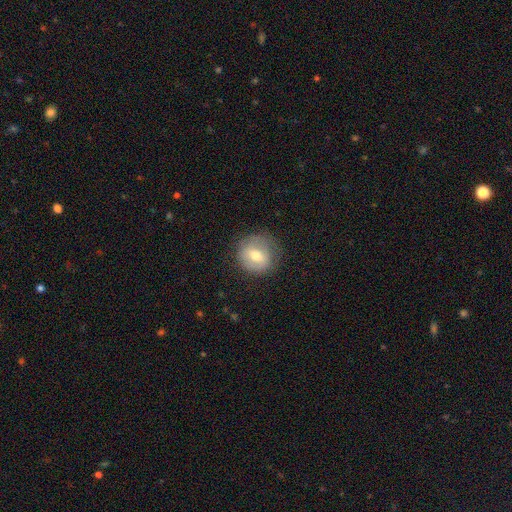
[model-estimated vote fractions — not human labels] smooth 58%, featured or disk 33%, star or artifact 8%. Down the decision tree: how rounded — round (85%); merging — none (77%).